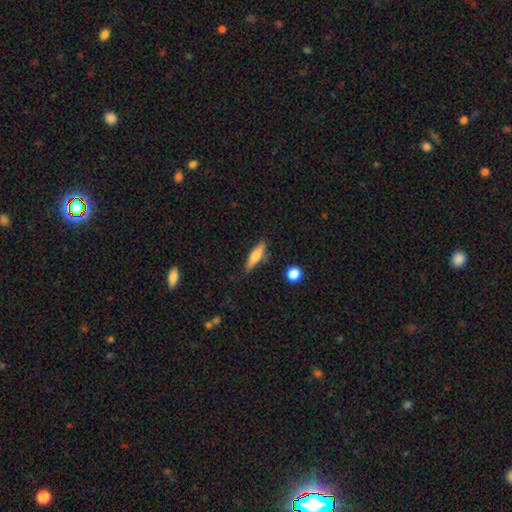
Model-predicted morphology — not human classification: smooth 63%, featured or disk 31%, star or artifact 7%. Down the decision tree: how rounded — cigar-shaped (76%); merging — none (80%).